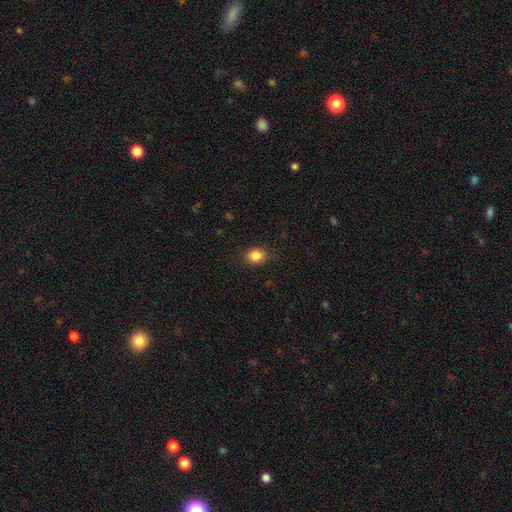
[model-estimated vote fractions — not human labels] The model was most divided on "how rounded": round: 56%, in between: 43%, cigar-shaped: 1%. More confident: smooth or featured — smooth (85%); merging — none (84%).